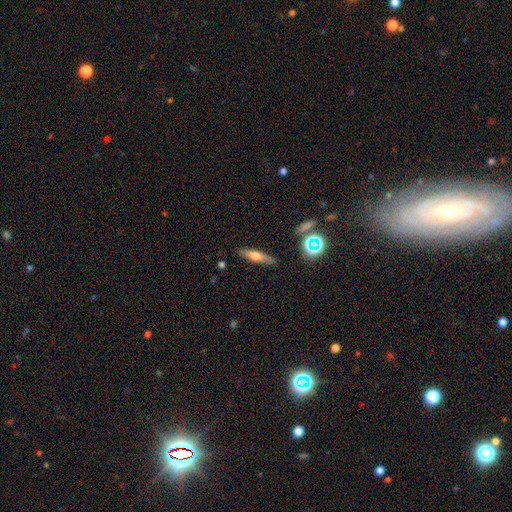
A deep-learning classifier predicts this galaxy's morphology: Smooth or featured? Predicted: smooth (p=0.52). How rounded? Predicted: cigar-shaped (p=0.74). Merging? Predicted: none (p=0.87).